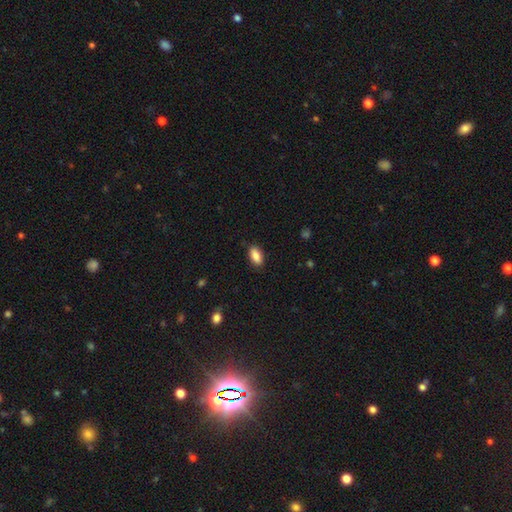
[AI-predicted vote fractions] The model was most divided on "merging": none: 86%, minor disturbance: 10%, major disturbance: 2%, merger: 1%. More confident: how rounded — in between (89%); smooth or featured — smooth (87%).